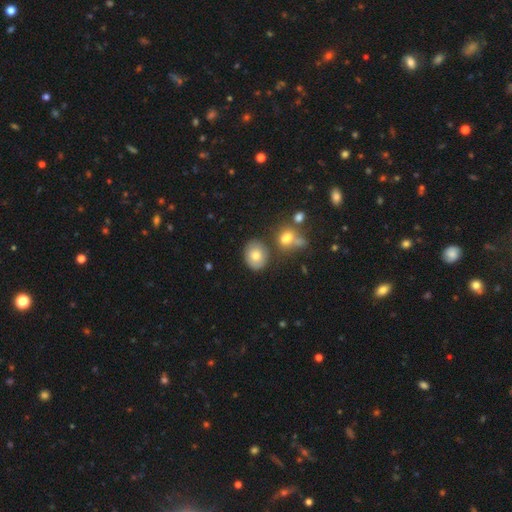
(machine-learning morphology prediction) A smooth galaxy with no disk features (73%) that is round (58%). Merging: none (73%).